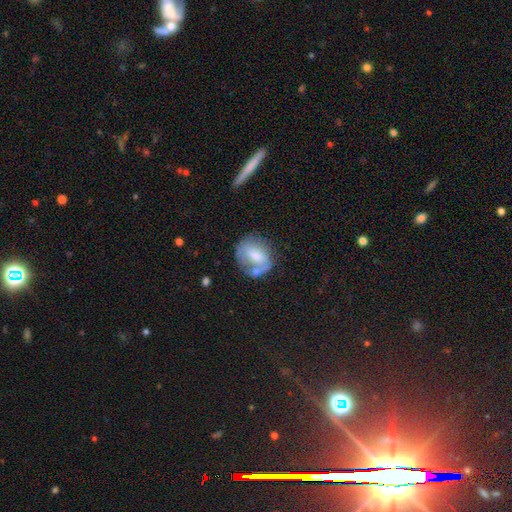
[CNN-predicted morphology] smooth_or_featured: smooth (p=0.47) [alt: featured or disk p=0.46]
merging: none (p=0.44) [alt: minor disturbance p=0.24]